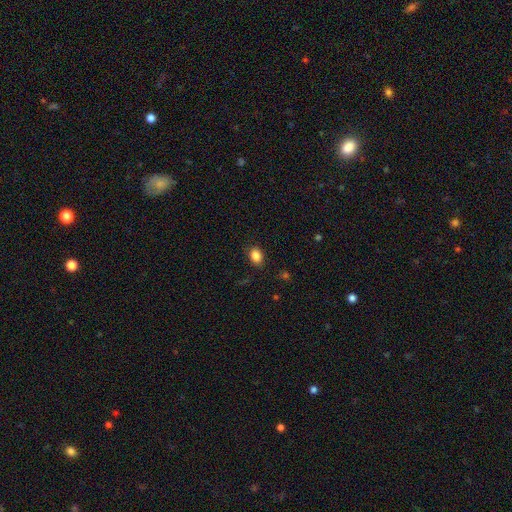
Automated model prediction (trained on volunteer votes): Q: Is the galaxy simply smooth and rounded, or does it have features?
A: smooth — 87%.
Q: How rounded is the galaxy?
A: in between — 72%.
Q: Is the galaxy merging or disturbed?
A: none — 86%.